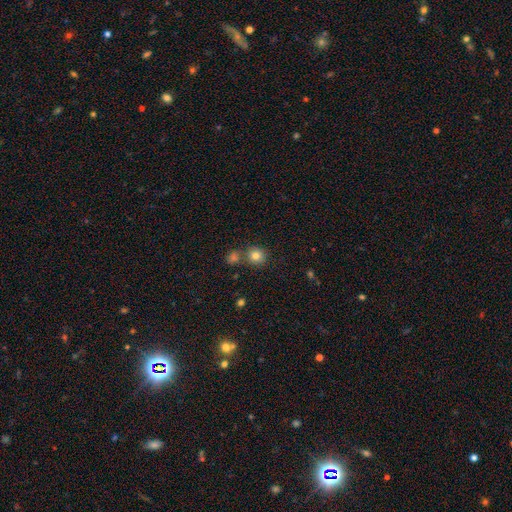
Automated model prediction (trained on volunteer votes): Smooth or featured?
  - smooth: 80% *
  - star or artifact: 12%
  - featured or disk: 8%
How rounded?
  - round: 87% *
  - in between: 12%
  - cigar-shaped: 1%
Merging?
  - none: 71% *
  - merger: 18%
  - minor disturbance: 9%
  - major disturbance: 3%